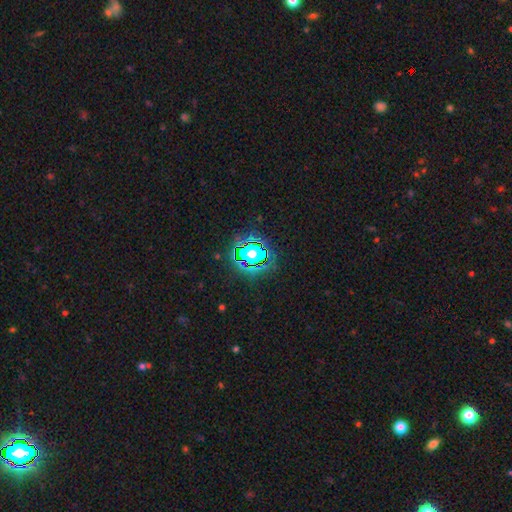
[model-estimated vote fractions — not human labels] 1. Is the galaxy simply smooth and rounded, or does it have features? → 57% star or artifact, 29% smooth, 14% featured or disk.